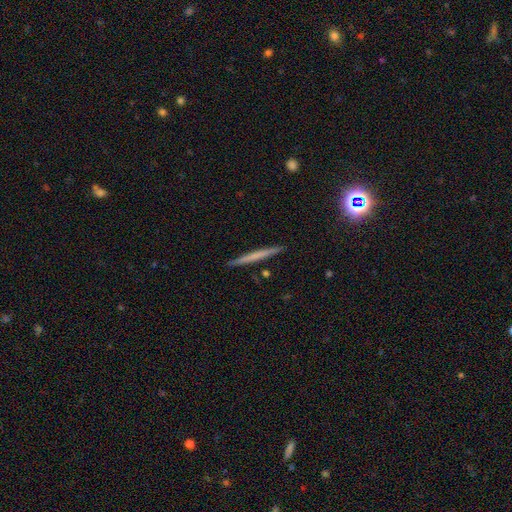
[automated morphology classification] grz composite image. It shows a smooth galaxy with no disk features (53%) that is cigar-shaped (97%). Merging: none (91%).